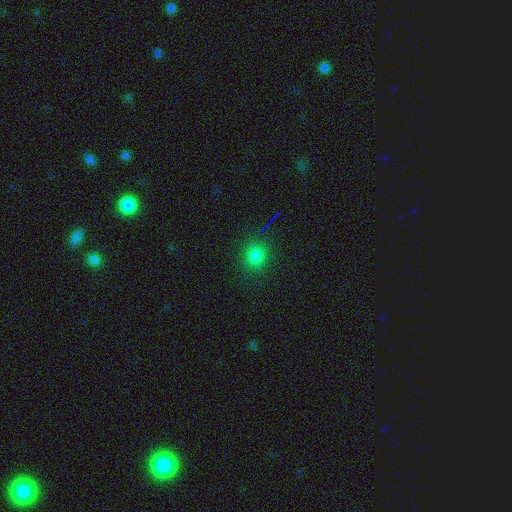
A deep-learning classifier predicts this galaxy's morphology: A smooth galaxy with no disk features (79%) that is round (82%).

Vote fractions:
- Smooth or featured? smooth: 79% / star or artifact: 17% / featured or disk: 4%
- How rounded? round: 82% / in between: 16% / cigar-shaped: 1%
- Merging? none: 87% / minor disturbance: 8% / major disturbance: 3% / merger: 1%